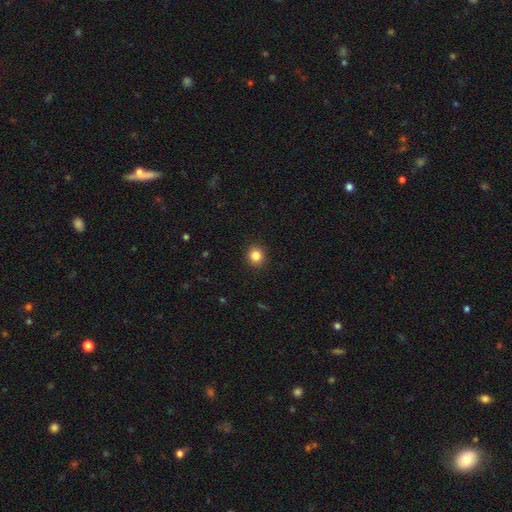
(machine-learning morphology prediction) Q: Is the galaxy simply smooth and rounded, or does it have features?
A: smooth — 84%.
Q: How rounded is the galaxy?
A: round — 85%.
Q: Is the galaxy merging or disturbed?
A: none — 92%.